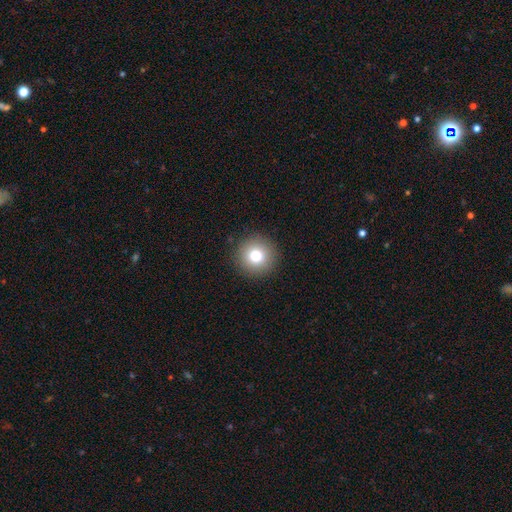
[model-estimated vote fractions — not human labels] This appears to be a smooth galaxy with no disk features (79%) that is round (95%). Merging: none (92%).